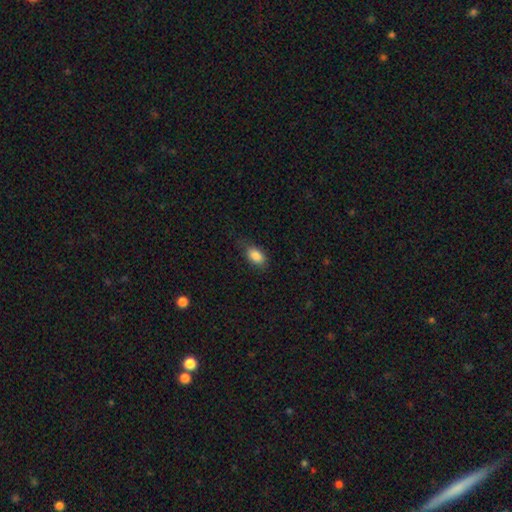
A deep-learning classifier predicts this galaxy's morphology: A smooth galaxy with no disk features (87%) that is in between round and cigar-shaped (90%).

Vote fractions:
- Smooth or featured? smooth: 87% / star or artifact: 8% / featured or disk: 5%
- How rounded? in between: 90% / round: 7% / cigar-shaped: 3%
- Merging? none: 73% / minor disturbance: 20% / major disturbance: 6% / merger: 1%